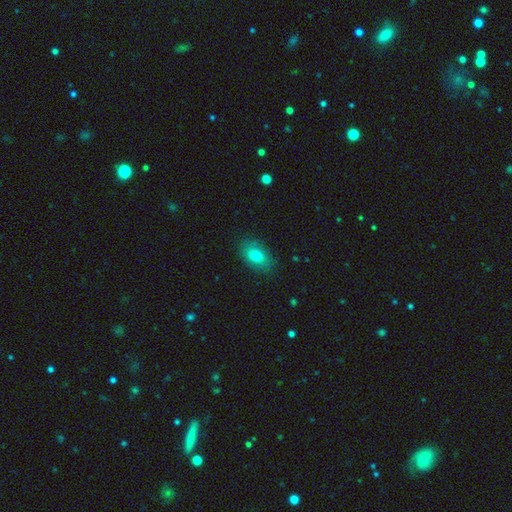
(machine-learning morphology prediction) smooth-or-featured: smooth: 78% | featured or disk: 13% | star or artifact: 9%
  how-rounded: in between: 87% | round: 10% | cigar-shaped: 2%
  merging: none: 83% | minor disturbance: 13% | major disturbance: 3% | merger: 1%